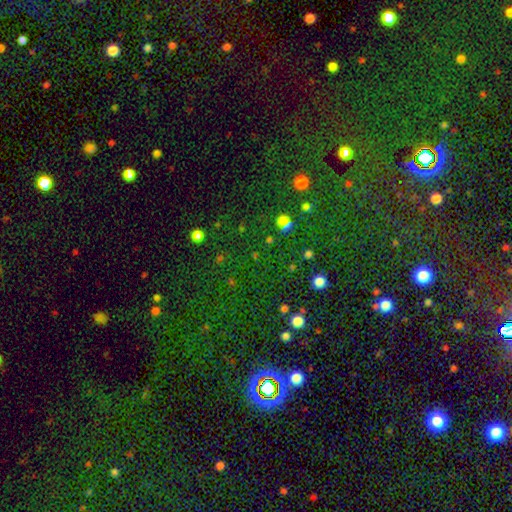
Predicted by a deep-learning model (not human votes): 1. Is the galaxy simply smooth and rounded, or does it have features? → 59% star or artifact, 32% smooth, 9% featured or disk.